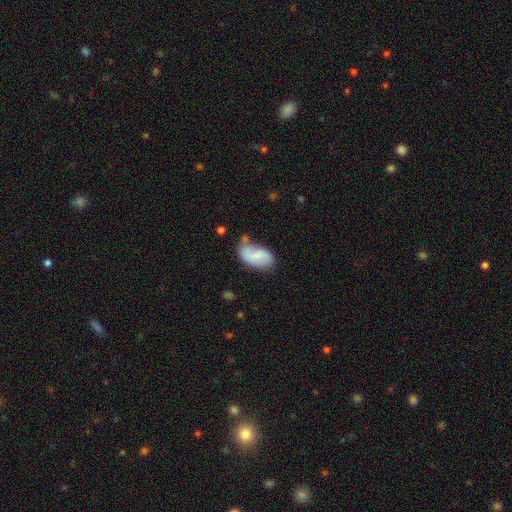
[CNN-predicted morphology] type=smooth (53%); roundness=in between (93%); merging=none (48%).